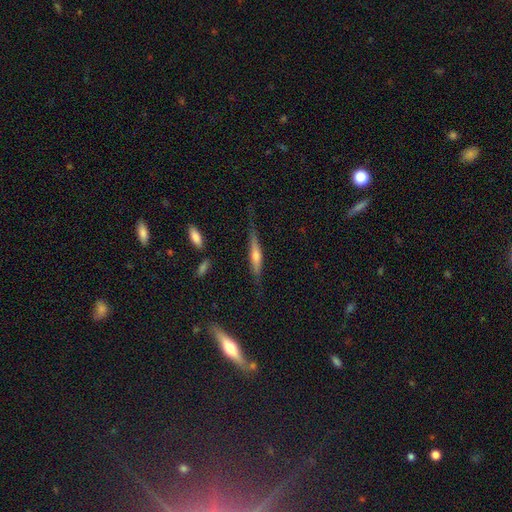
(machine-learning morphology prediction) A featured or disk galaxy (62%) viewed edge-on (95%) with a rounded central bulge (79%). Merging: none (73%).